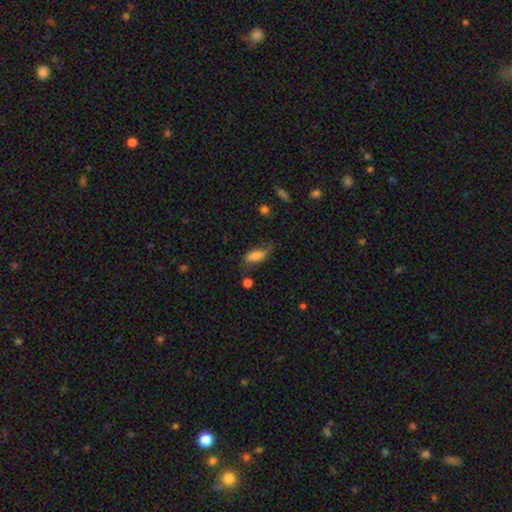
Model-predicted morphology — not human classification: This is likely a smooth galaxy (73%). How rounded: likely in between (77%). Merging: possibly none (54%).